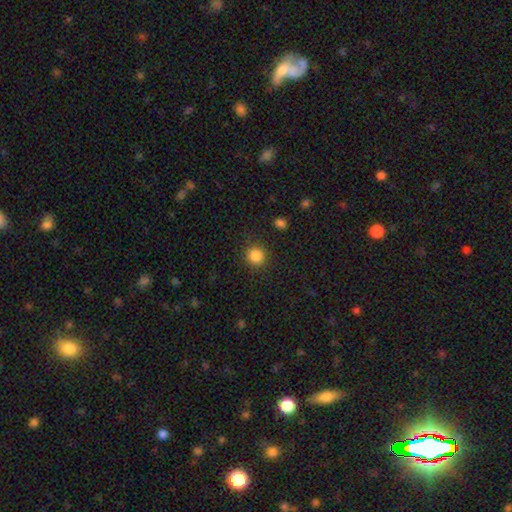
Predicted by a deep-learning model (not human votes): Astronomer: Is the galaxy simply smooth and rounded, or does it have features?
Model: smooth — 86%.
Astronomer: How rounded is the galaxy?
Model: round — 92%.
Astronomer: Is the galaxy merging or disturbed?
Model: none — 89%.